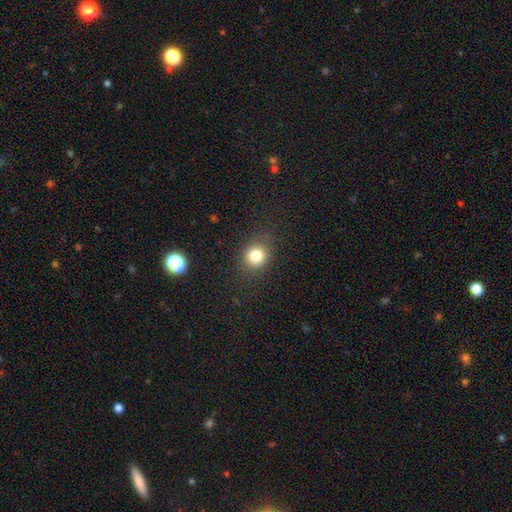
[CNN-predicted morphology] Q: Smooth or featured?
A: smooth (81%); runner-up: star or artifact (12%)
Q: How rounded?
A: round (72%); runner-up: in between (27%)
Q: Merging?
A: none (84%); runner-up: minor disturbance (11%)